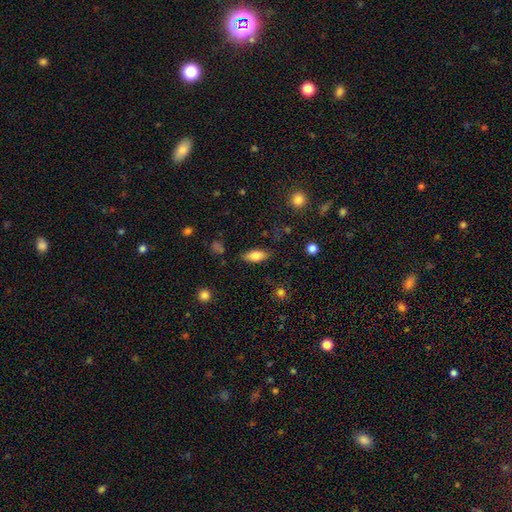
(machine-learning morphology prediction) Overall: smooth (76%). How rounded: in between (81%). Merging: none (82%).